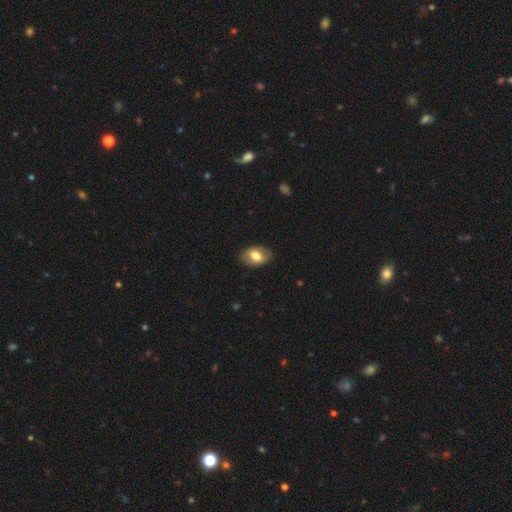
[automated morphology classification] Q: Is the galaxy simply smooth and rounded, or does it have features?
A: smooth — 70%.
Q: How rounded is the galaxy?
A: in between — 88%.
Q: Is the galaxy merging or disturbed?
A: none — 83%.